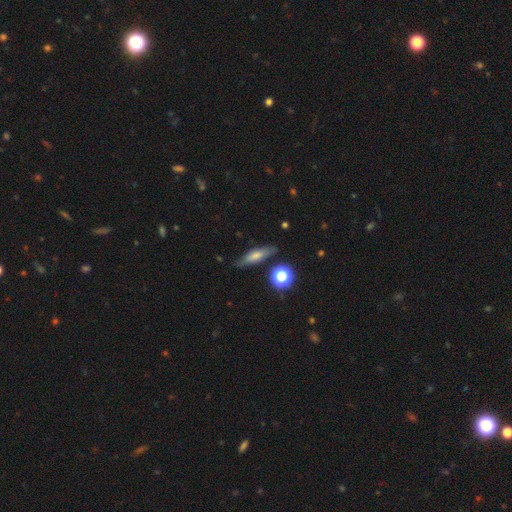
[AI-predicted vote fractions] Smooth or featured?
  - smooth: 60% *
  - featured or disk: 30%
  - star or artifact: 11%
How rounded?
  - cigar-shaped: 58% *
  - in between: 36%
  - round: 6%
Merging?
  - none: 80% *
  - minor disturbance: 14%
  - major disturbance: 3%
  - merger: 3%